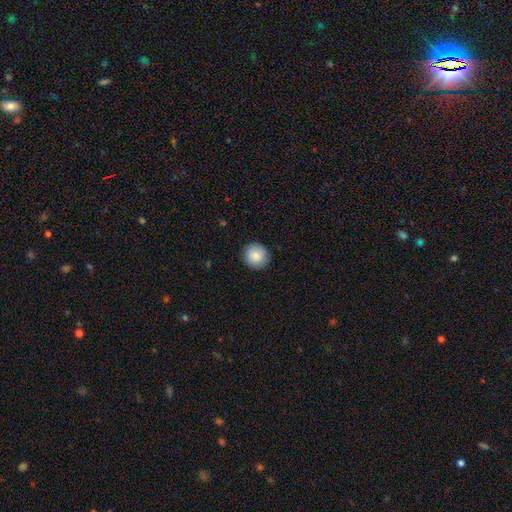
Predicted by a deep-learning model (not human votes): This is clearly a smooth galaxy (85%). How rounded: clearly round (92%). Merging: clearly none (91%).